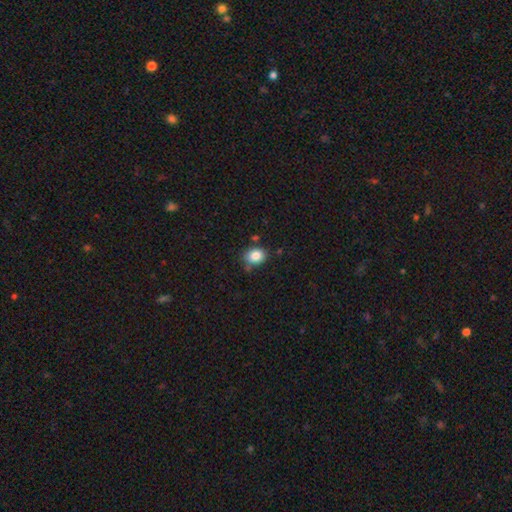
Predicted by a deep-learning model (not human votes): Smooth or featured?
  - smooth: 85% *
  - star or artifact: 9%
  - featured or disk: 6%
How rounded?
  - in between: 50% *
  - round: 49%
  - cigar-shaped: 1%
Merging?
  - none: 73% *
  - minor disturbance: 17%
  - merger: 6%
  - major disturbance: 4%